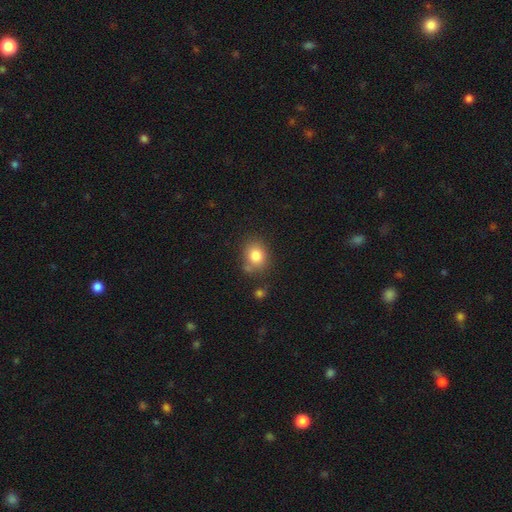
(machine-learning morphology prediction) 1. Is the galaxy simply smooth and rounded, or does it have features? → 82% smooth, 10% star or artifact, 8% featured or disk.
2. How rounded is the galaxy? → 61% round, 39% in between, 1% cigar-shaped.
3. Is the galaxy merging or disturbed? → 70% none, 17% minor disturbance, 8% merger, 5% major disturbance.